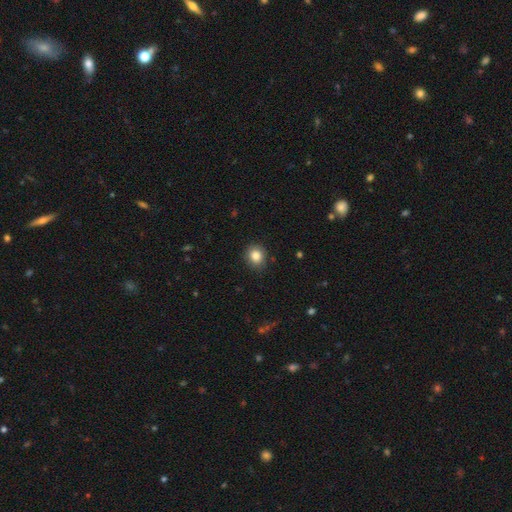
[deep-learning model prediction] smooth_or_featured: smooth (p=0.85) [alt: star or artifact p=0.09]
how_rounded: round (p=0.70) [alt: in between p=0.29]
merging: none (p=0.85) [alt: minor disturbance p=0.11]